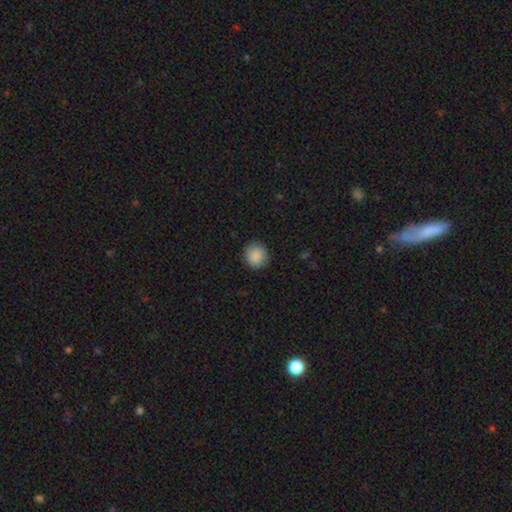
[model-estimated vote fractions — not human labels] smooth 89%, star or artifact 8%, featured or disk 4%. Down the decision tree: how rounded — round (89%); merging — none (89%).